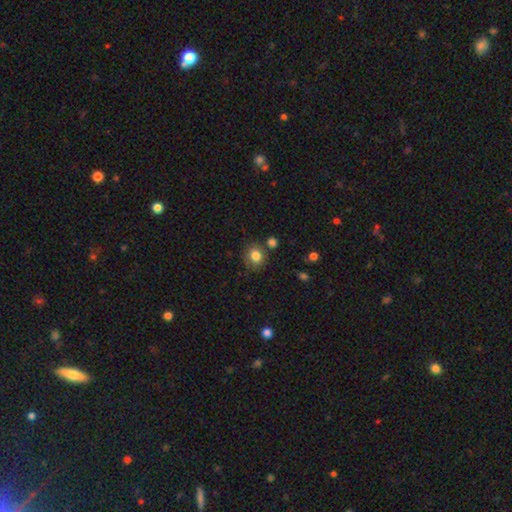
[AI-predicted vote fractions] Overall: smooth (82%). How rounded: round (74%). Merging: none (77%).